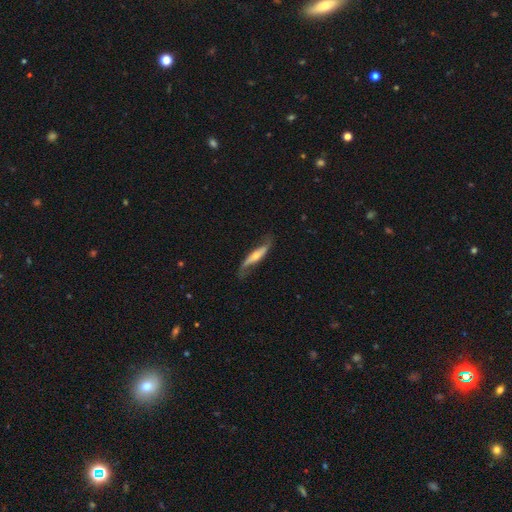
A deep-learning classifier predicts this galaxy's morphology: This is likely a featured or disk galaxy (72%). It is possibly not viewed edge-on (57%). Merging: likely none (65%).